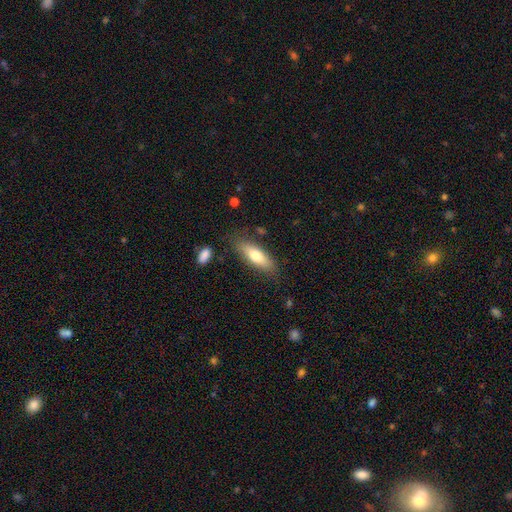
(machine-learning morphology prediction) This is likely a smooth galaxy (71%). How rounded: possibly in between (55%). Merging: clearly none (81%).